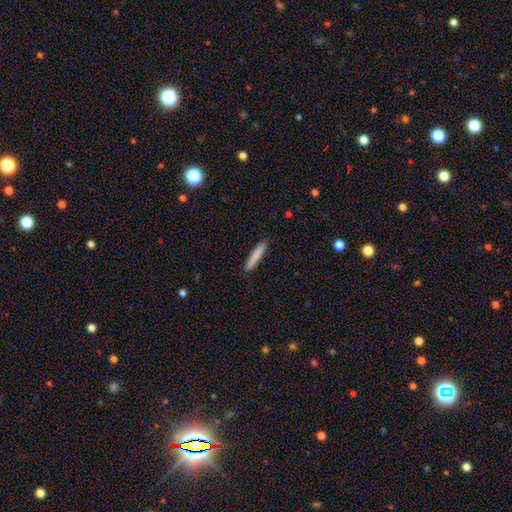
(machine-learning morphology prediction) A smooth galaxy with no disk features (82%) that is cigar-shaped (94%).

Vote fractions:
- Smooth or featured? smooth: 82% / featured or disk: 12% / star or artifact: 6%
- How rounded? cigar-shaped: 94% / in between: 5% / round: 1%
- Merging? none: 91% / minor disturbance: 6% / major disturbance: 1% / merger: 1%